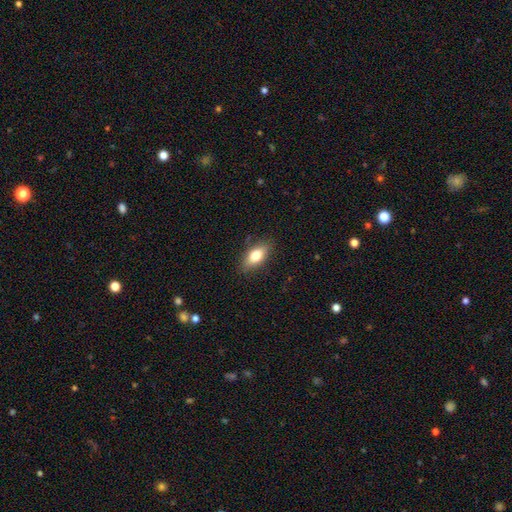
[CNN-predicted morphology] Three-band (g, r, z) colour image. It shows a smooth galaxy with no disk features (72%) that is in between round and cigar-shaped (80%). Merging: none (84%).